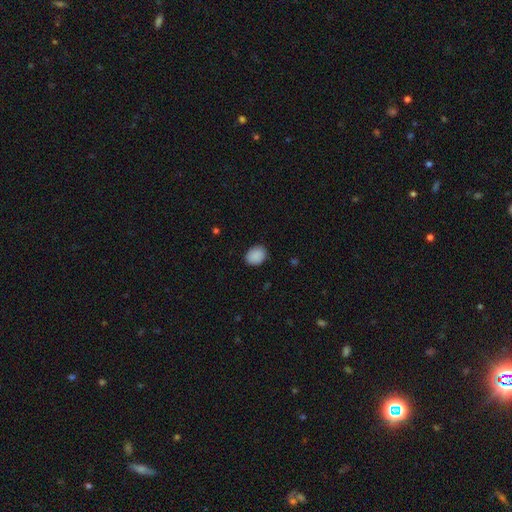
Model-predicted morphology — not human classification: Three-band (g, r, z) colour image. It shows a smooth galaxy with no disk features (90%) that is in between round and cigar-shaped (56%). Merging: none (86%).